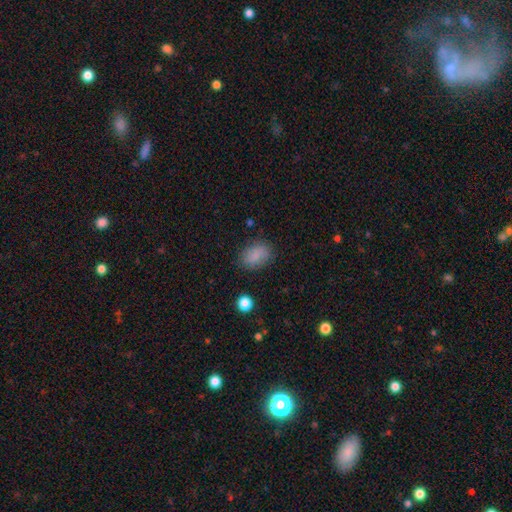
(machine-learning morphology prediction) Smooth or featured?
  - smooth: 84% *
  - star or artifact: 9%
  - featured or disk: 7%
How rounded?
  - in between: 82% *
  - round: 17%
  - cigar-shaped: 2%
Merging?
  - none: 81% *
  - minor disturbance: 14%
  - major disturbance: 4%
  - merger: 1%